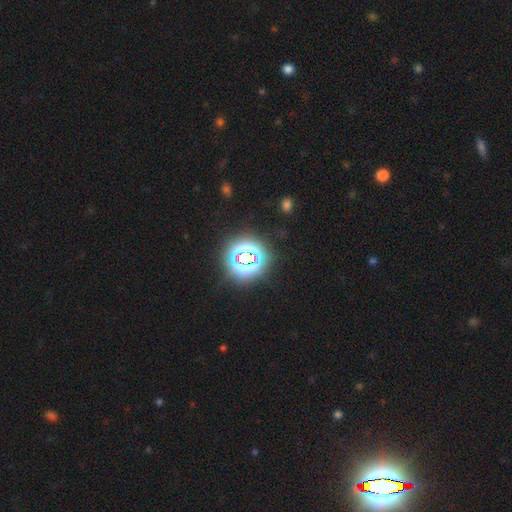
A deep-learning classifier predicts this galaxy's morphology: Smooth or featured? star or artifact (75%)